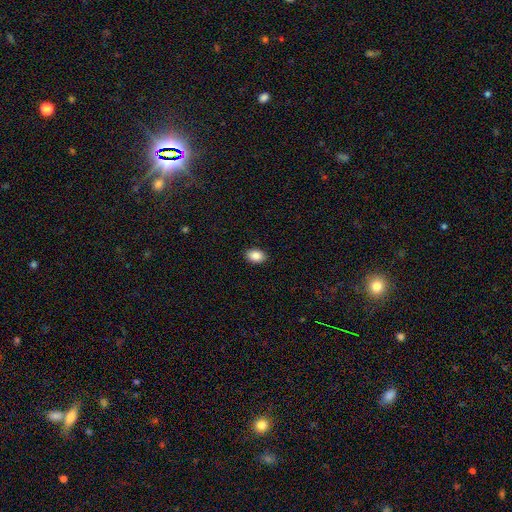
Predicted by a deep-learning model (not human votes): Q: Smooth or featured?
A: smooth (87%); runner-up: star or artifact (8%)
Q: How rounded?
A: in between (85%); runner-up: round (14%)
Q: Merging?
A: none (90%); runner-up: minor disturbance (7%)